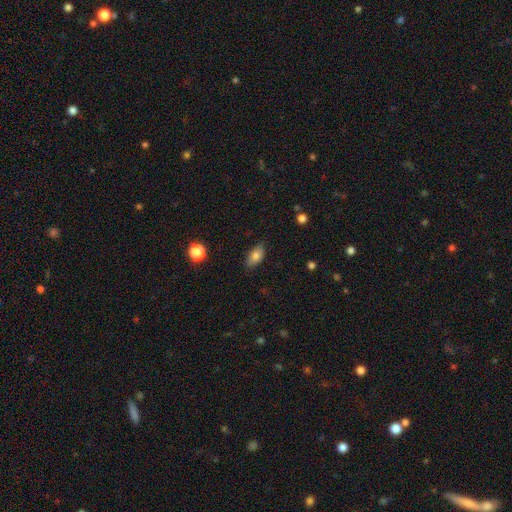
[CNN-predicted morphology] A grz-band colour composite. It shows a smooth galaxy with no disk features (78%) that is in between round and cigar-shaped (88%). Merging: none (81%).